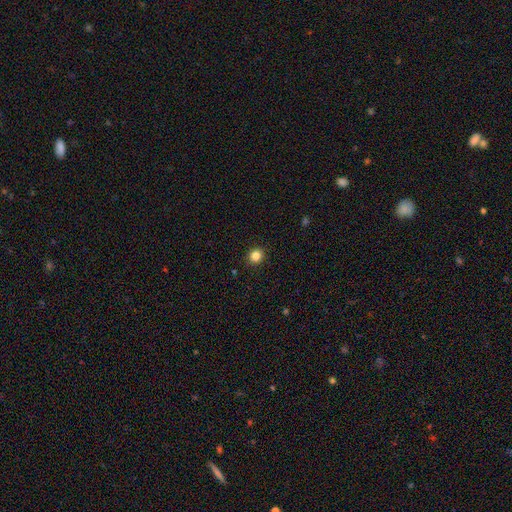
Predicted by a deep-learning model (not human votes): Overall: smooth (85%). How rounded: round (84%). Merging: none (92%).